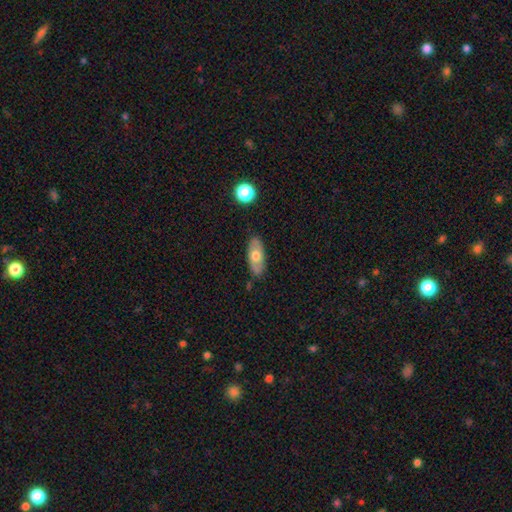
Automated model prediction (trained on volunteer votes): The model was most divided on "smooth or featured": smooth: 60%, featured or disk: 33%, star or artifact: 6%. More confident: how rounded — in between (86%); merging — none (82%).